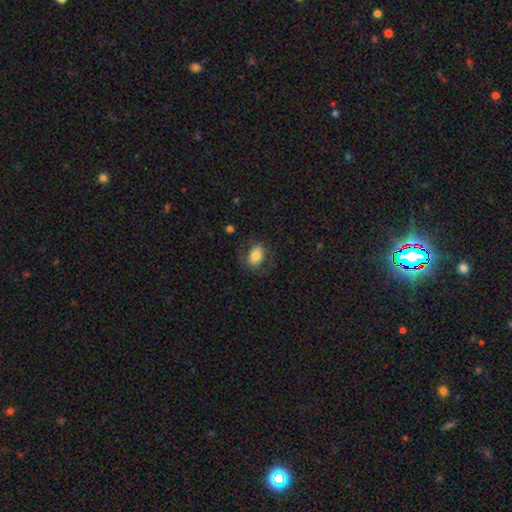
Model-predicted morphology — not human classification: The model was most divided on "how rounded": in between: 75%, round: 24%, cigar-shaped: 1%. More confident: smooth or featured — smooth (74%); merging — none (73%).